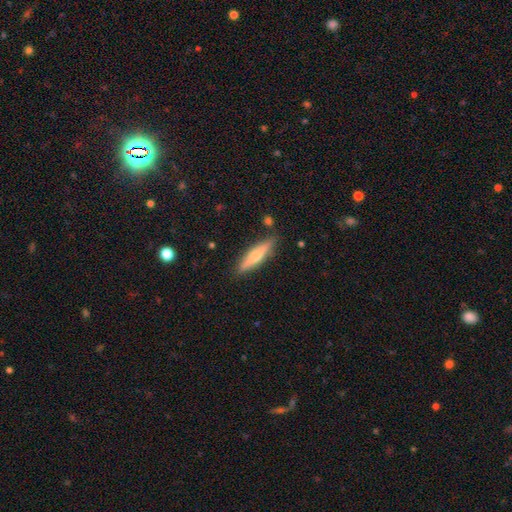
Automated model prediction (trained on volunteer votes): smooth_or_featured: featured or disk (p=0.49) [alt: smooth p=0.44]
merging: none (p=0.86) [alt: minor disturbance p=0.09]